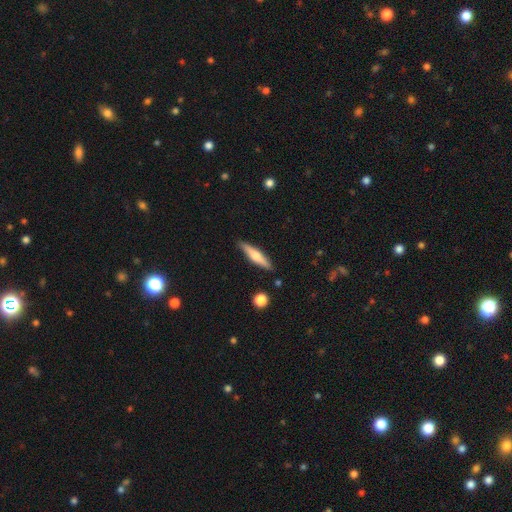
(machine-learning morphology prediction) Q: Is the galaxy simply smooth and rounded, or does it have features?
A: featured or disk — 50%.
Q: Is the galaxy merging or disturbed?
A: none — 88%.